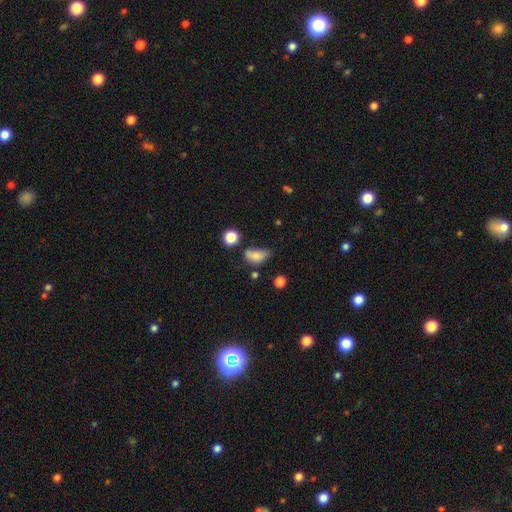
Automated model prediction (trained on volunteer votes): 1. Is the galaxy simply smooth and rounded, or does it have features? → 73% smooth, 15% featured or disk, 12% star or artifact.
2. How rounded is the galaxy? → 79% in between, 17% round, 4% cigar-shaped.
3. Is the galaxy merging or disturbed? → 39% minor disturbance, 30% none, 21% major disturbance, 10% merger.